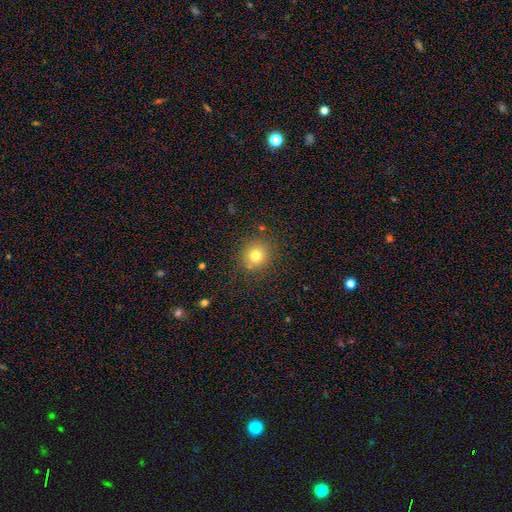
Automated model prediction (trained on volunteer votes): Smooth or featured: smooth — 76% (star or artifact — 15%)
How rounded: round — 89% (in between — 10%)
Merging: none — 84% (minor disturbance — 9%)